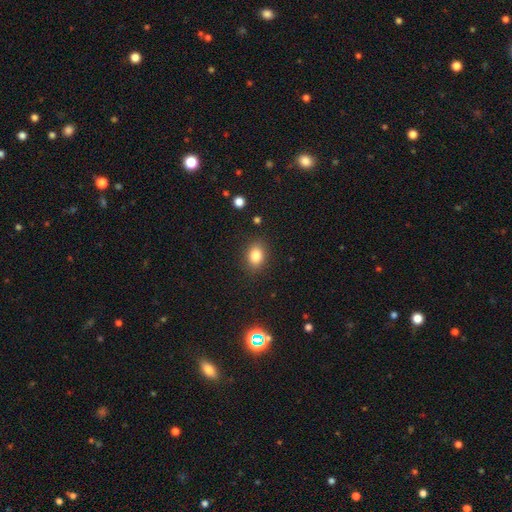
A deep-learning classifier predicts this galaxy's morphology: The model was most divided on "how rounded": in between: 61%, round: 38%, cigar-shaped: 1%. More confident: merging — none (86%); smooth or featured — smooth (82%).